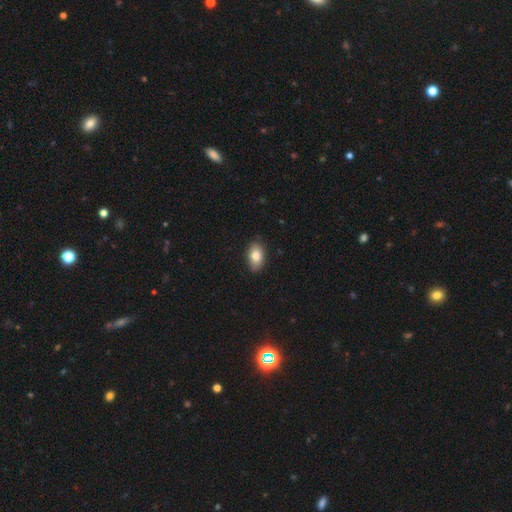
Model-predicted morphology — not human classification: Smooth or featured? Predicted: smooth (p=0.83). How rounded? Predicted: in between (p=0.90). Merging? Predicted: none (p=0.84).